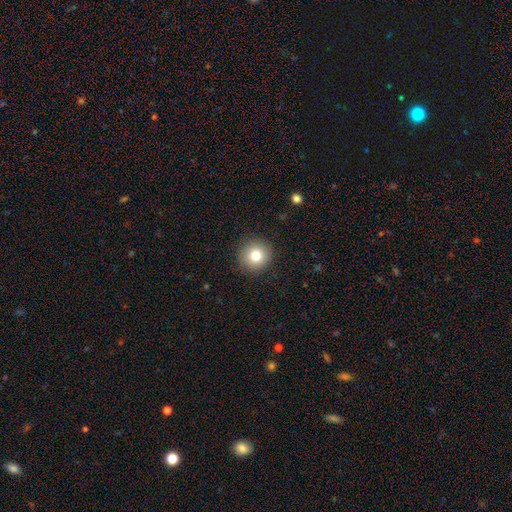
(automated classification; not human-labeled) smooth 79%, star or artifact 11%, featured or disk 10%. Down the decision tree: how rounded — round (95%); merging — none (92%).